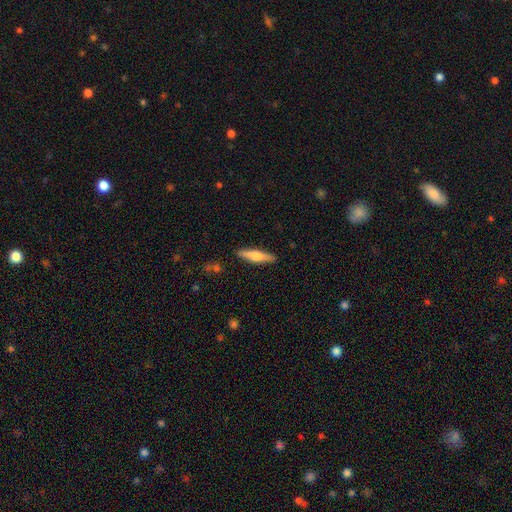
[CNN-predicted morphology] Smooth or featured? smooth (65%)
How rounded? cigar-shaped (81%)
Merging? none (89%)